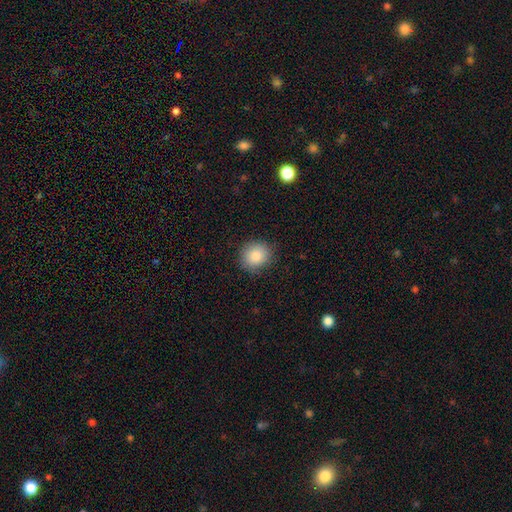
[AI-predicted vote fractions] smooth 87%, star or artifact 9%, featured or disk 5%. Down the decision tree: how rounded — round (83%); merging — none (86%).